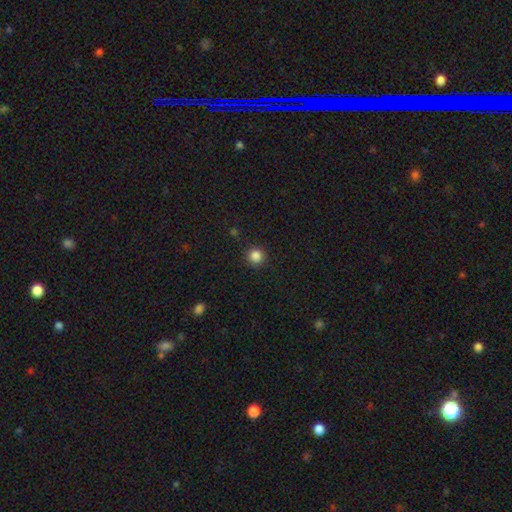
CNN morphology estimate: Smooth or featured?
  - smooth: 86% *
  - star or artifact: 11%
  - featured or disk: 3%
How rounded?
  - round: 94% *
  - in between: 5%
  - cigar-shaped: 1%
Merging?
  - none: 91% *
  - minor disturbance: 6%
  - major disturbance: 2%
  - merger: 1%